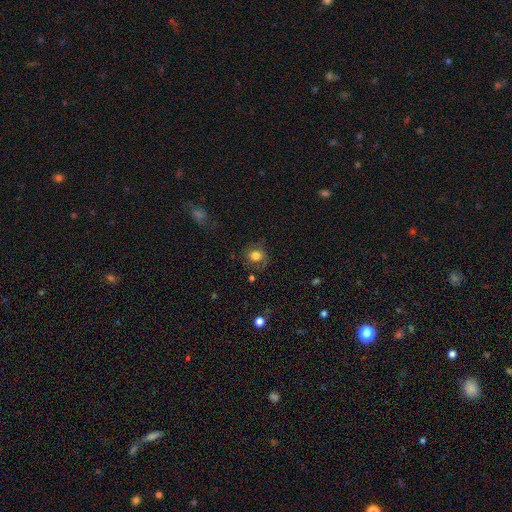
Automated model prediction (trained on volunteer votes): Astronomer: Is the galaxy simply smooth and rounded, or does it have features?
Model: smooth — 70%.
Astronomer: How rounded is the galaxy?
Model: round — 78%.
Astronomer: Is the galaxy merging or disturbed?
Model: none — 68%.